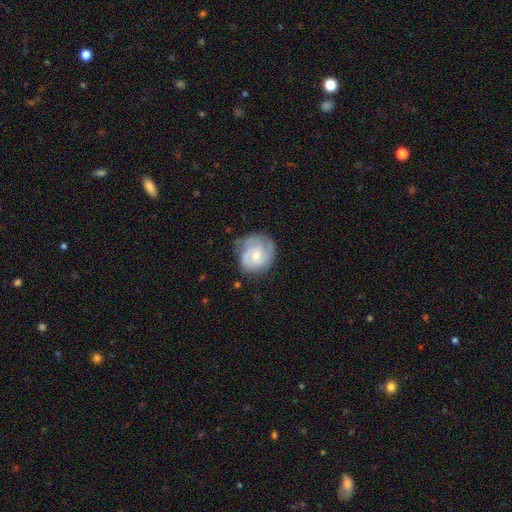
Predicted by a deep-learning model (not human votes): Overall: featured or disk (67%; smooth 28%). Edge-on disk: no (98%). Bar: no (67%; weak 29%). Spiral arms: yes (88%). Spiral arm count: 2 (42%; can't tell 24%). Spiral winding: tight (51%; medium 37%). Bulge size: moderate (48%; small 47%). Merging: none (65%).